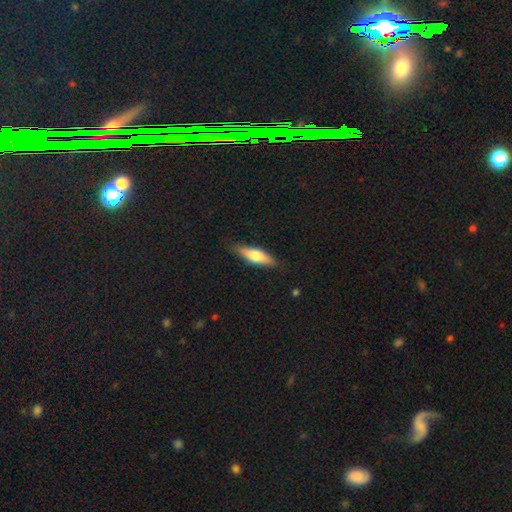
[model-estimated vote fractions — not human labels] Q: Smooth or featured?
A: smooth (58%); runner-up: featured or disk (36%)
Q: How rounded?
A: cigar-shaped (58%); runner-up: in between (40%)
Q: Merging?
A: none (86%); runner-up: minor disturbance (11%)